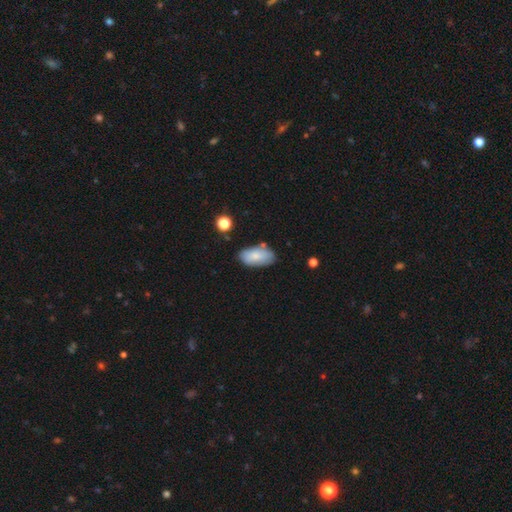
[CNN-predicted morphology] smooth_or_featured: smooth (p=0.77) [alt: featured or disk p=0.16]
how_rounded: in between (p=0.94) [alt: cigar-shaped p=0.03]
merging: none (p=0.71) [alt: minor disturbance p=0.20]